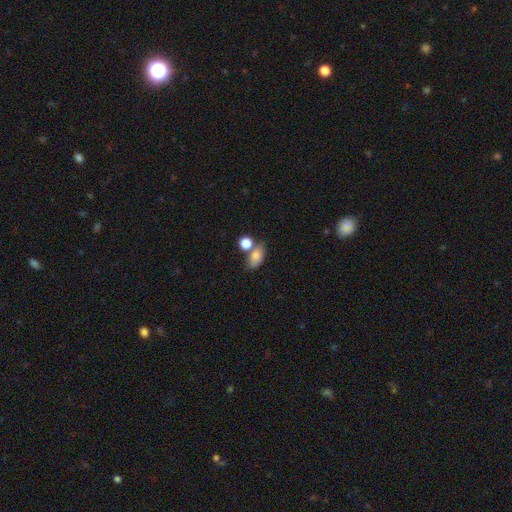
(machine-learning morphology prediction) A smooth galaxy with no disk features (79%) that is in between round and cigar-shaped (80%). Merging: none (47%).